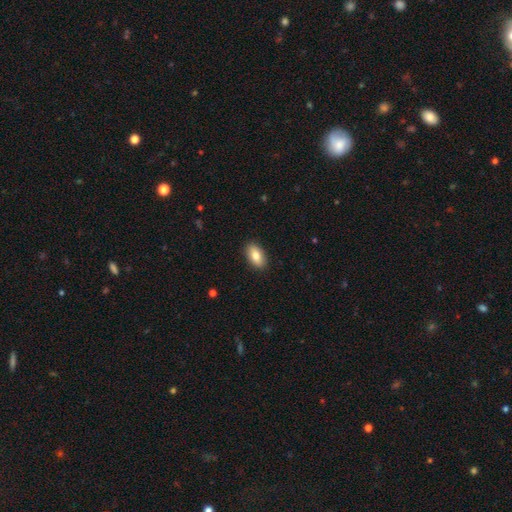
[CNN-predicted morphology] smooth_or_featured: smooth (p=0.82) [alt: featured or disk p=0.11]
how_rounded: in between (p=0.91) [alt: round p=0.05]
merging: none (p=0.90) [alt: minor disturbance p=0.08]